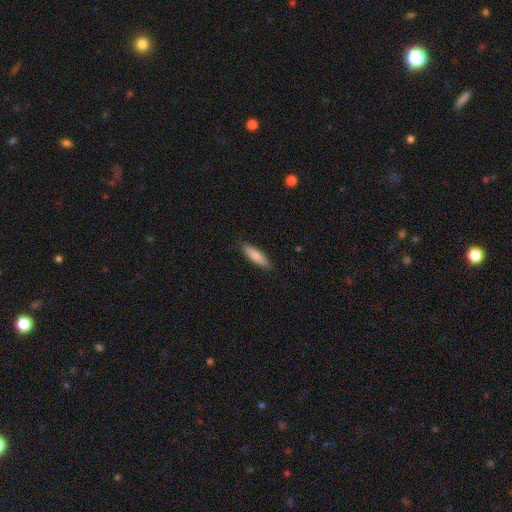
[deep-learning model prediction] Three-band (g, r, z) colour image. It shows a smooth galaxy with no disk features (81%) that is cigar-shaped (67%). Merging: none (86%).